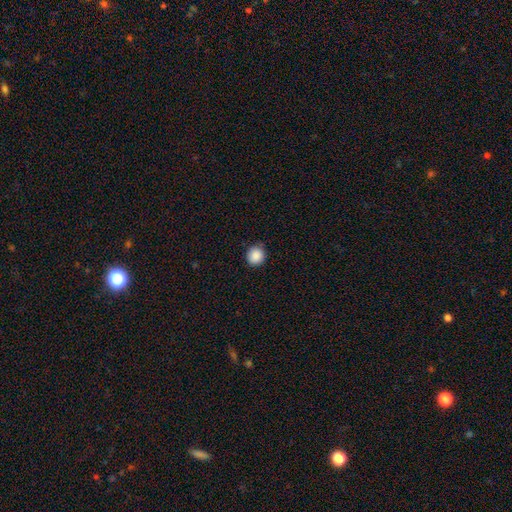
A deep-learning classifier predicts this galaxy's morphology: The model was most divided on "merging": none: 86%, minor disturbance: 10%, major disturbance: 2%, merger: 1%. More confident: how rounded — round (89%); smooth or featured — smooth (88%).